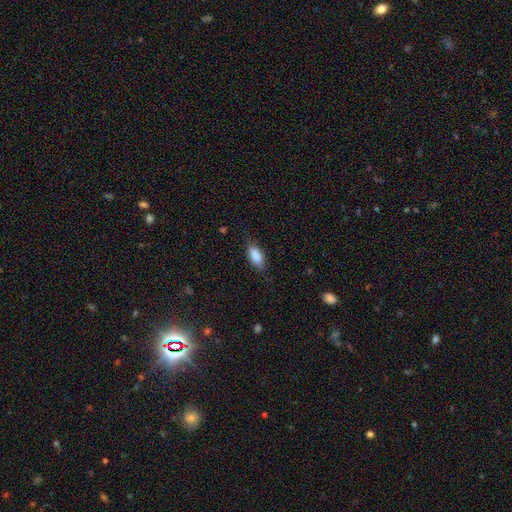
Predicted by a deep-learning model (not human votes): This is clearly a smooth galaxy (86%). How rounded: clearly in between (84%). Merging: likely none (78%).